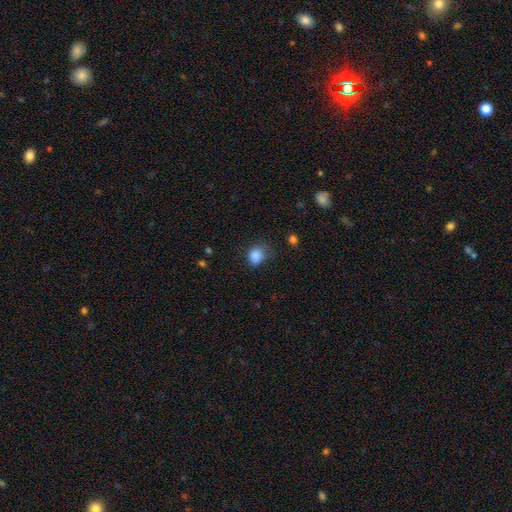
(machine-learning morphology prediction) A smooth galaxy with no disk features (86%) that is round (51%). Merging: none (60%).